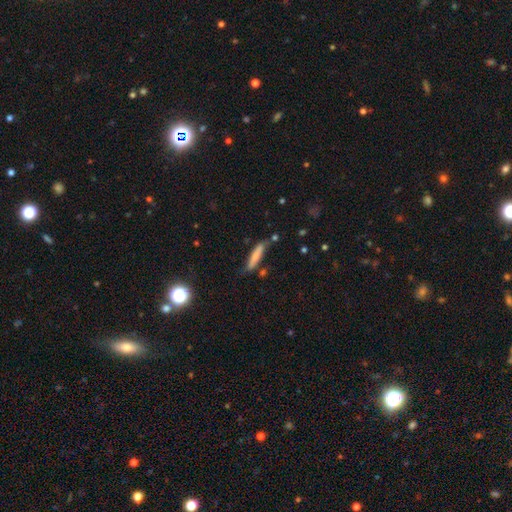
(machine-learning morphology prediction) A smooth galaxy with no disk features (72%) that is cigar-shaped (88%).

Vote fractions:
- Smooth or featured? smooth: 72% / featured or disk: 21% / star or artifact: 7%
- How rounded? cigar-shaped: 88% / in between: 11% / round: 2%
- Merging? none: 68% / minor disturbance: 21% / merger: 6% / major disturbance: 5%